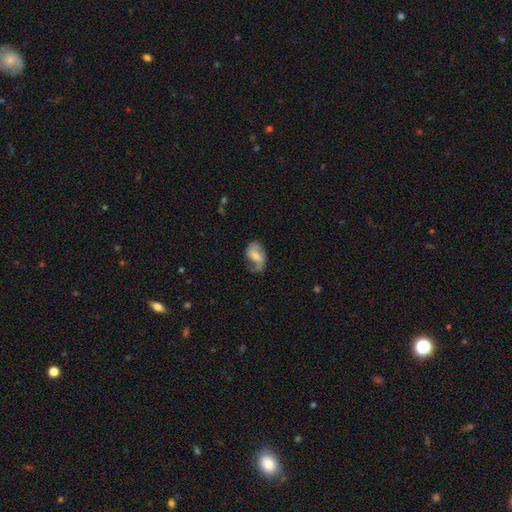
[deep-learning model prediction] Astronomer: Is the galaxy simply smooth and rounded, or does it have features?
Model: featured or disk — 68%.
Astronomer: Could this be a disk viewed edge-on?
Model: no — 97%.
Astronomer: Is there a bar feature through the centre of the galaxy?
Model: weak — 45% (runner-up: no, 35%).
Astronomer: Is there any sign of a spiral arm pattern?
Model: yes — 89%.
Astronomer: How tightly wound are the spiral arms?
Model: loose — 46% (runner-up: medium, 39%).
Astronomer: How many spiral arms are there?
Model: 2 — 77%.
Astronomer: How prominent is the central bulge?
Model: moderate — 52% (runner-up: small, 35%).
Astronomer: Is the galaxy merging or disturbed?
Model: none — 54%.